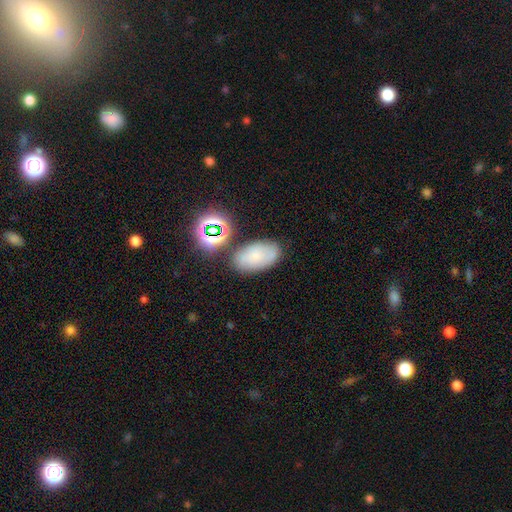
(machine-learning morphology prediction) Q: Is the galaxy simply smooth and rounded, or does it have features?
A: smooth — 66%.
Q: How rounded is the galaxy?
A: in between — 89%.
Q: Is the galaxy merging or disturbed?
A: none — 72%.